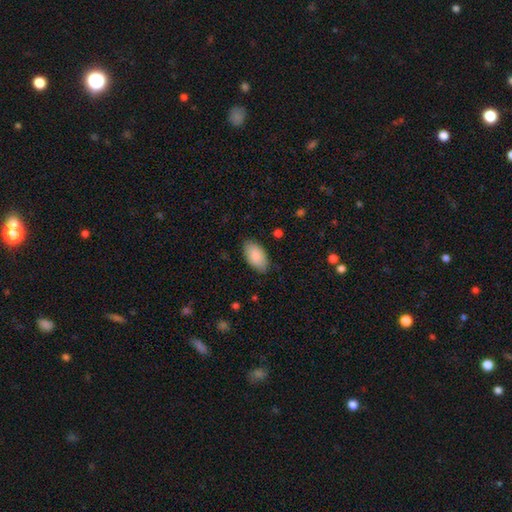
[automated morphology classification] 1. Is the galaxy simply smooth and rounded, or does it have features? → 85% smooth, 9% featured or disk, 6% star or artifact.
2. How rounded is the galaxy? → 95% in between, 3% round, 2% cigar-shaped.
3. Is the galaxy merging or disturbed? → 83% none, 14% minor disturbance, 3% major disturbance, 1% merger.